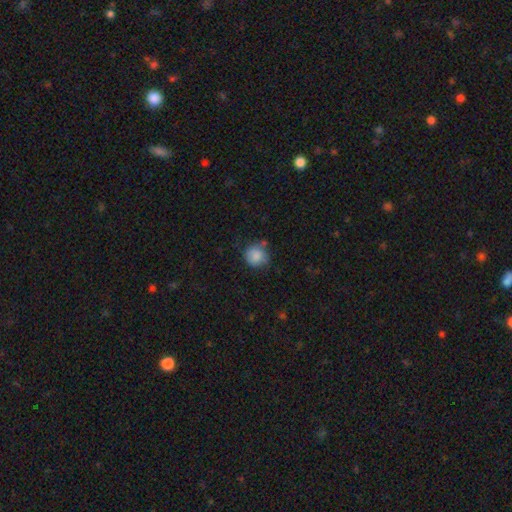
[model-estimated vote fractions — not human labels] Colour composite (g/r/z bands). It shows a smooth galaxy with no disk features (86%) that is round (88%). Merging: none (66%).